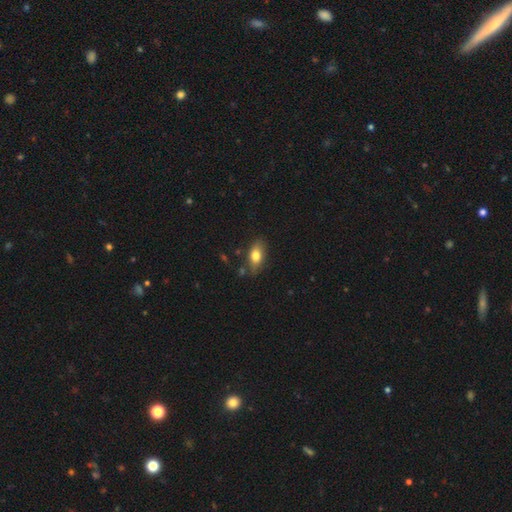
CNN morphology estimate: smooth_or_featured: smooth (p=0.76) [alt: featured or disk p=0.16]
how_rounded: in between (p=0.84) [alt: cigar-shaped p=0.08]
merging: none (p=0.75) [alt: minor disturbance p=0.17]